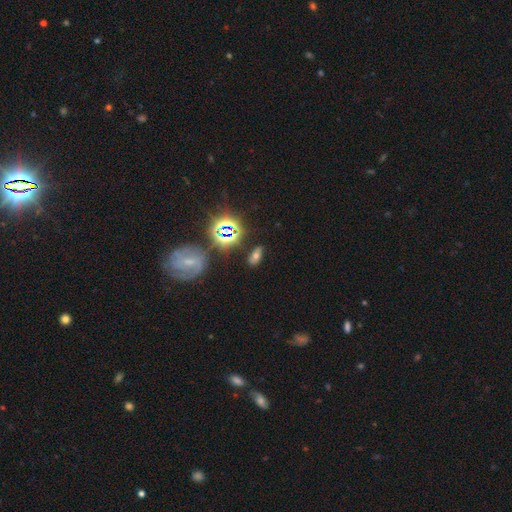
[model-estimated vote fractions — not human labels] This is marginally a smooth galaxy (42%). Merging: likely none (79%).